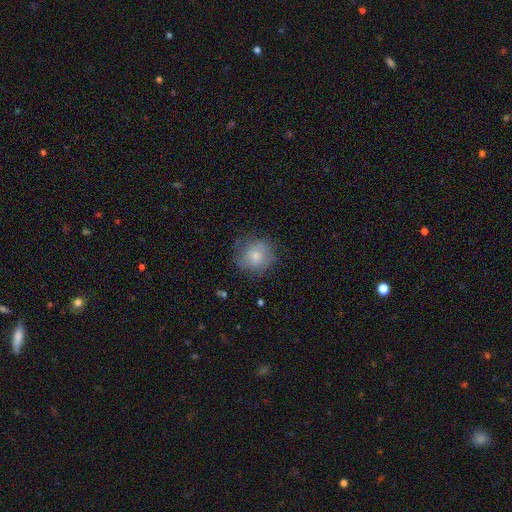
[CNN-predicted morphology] Q: Smooth or featured?
A: smooth (65%); runner-up: featured or disk (27%)
Q: How rounded?
A: round (87%); runner-up: in between (12%)
Q: Merging?
A: none (67%); runner-up: minor disturbance (22%)